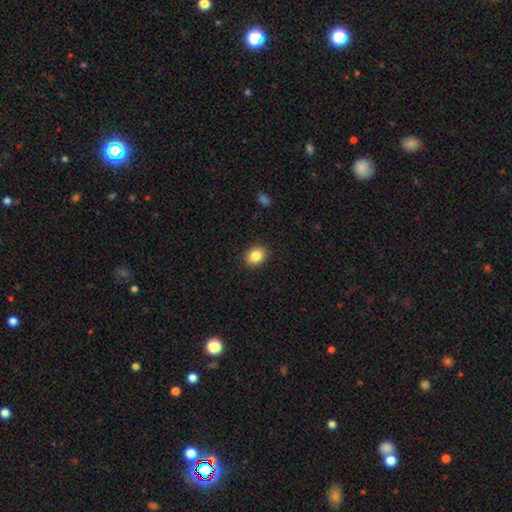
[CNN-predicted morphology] smooth_or_featured: smooth (p=0.85) [alt: star or artifact p=0.10]
how_rounded: round (p=0.58) [alt: in between p=0.42]
merging: none (p=0.91) [alt: minor disturbance p=0.07]